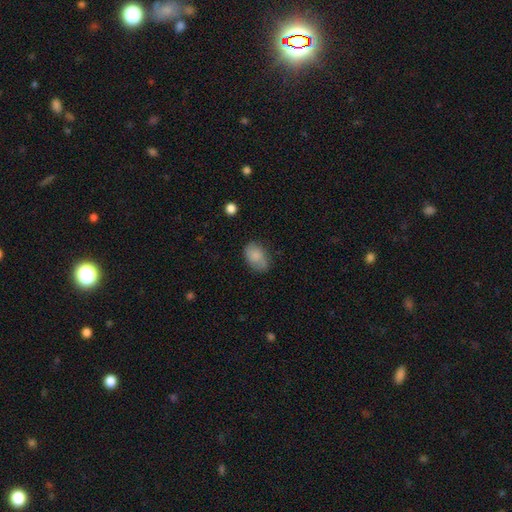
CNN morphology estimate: Q: Smooth or featured?
A: smooth (78%); runner-up: featured or disk (14%)
Q: How rounded?
A: in between (86%); runner-up: round (12%)
Q: Merging?
A: none (72%); runner-up: minor disturbance (21%)